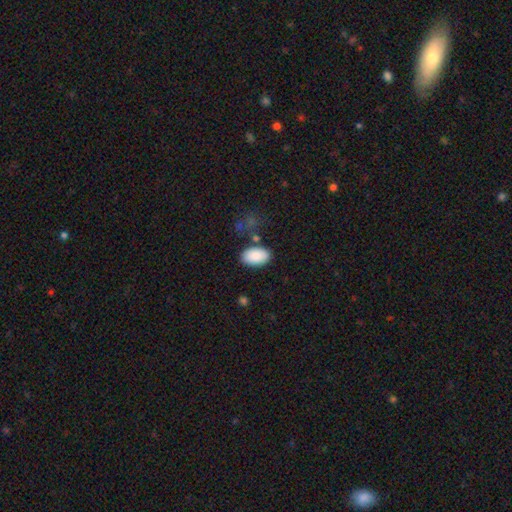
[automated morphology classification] Smooth or featured? Predicted: smooth (p=0.89). How rounded? Predicted: in between (p=0.94). Merging? Predicted: none (p=0.80).